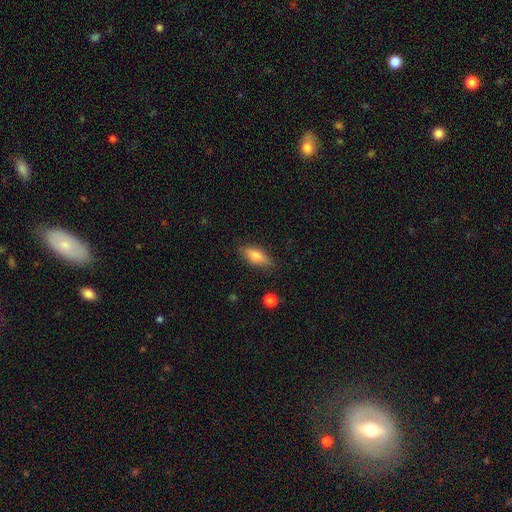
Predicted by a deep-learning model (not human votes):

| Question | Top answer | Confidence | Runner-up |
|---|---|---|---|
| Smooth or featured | smooth | 76% | featured or disk (17%) |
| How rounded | in between | 74% | cigar-shaped (23%) |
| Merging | none | 81% | minor disturbance (15%) |